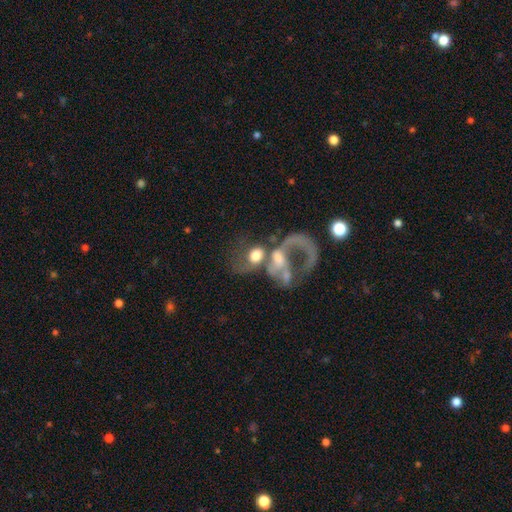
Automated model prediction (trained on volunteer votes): A featured or disk galaxy (53%) with no bar (73%), no spiral arms (53%) and a moderate central bulge (39%).

Vote fractions:
- Smooth or featured? featured or disk: 53% / smooth: 36% / star or artifact: 11%
- Edge-on disk? no: 97% / yes: 3%
- Bar? no: 73% / weak: 20% / strong: 7%
- Spiral arms? no: 53% / yes: 47%
- Bulge size? moderate: 39% / large: 20% / small: 18% / none: 18% / dominant: 5%
- Merging? merger: 56% / major disturbance: 28% / none: 11% / minor disturbance: 5%